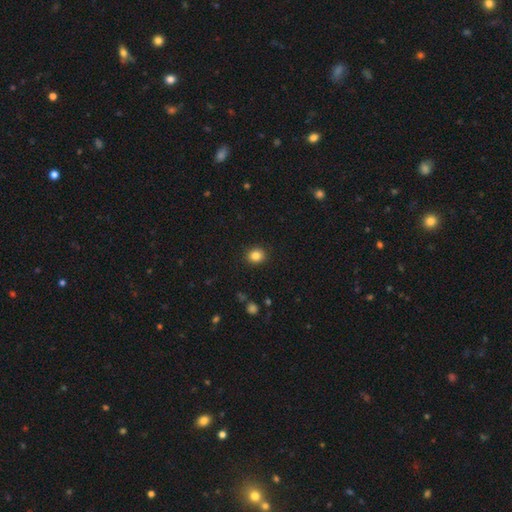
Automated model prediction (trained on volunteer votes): Smooth or featured?
  - smooth: 84% *
  - star or artifact: 11%
  - featured or disk: 5%
How rounded?
  - round: 76% *
  - in between: 23%
  - cigar-shaped: 1%
Merging?
  - none: 91% *
  - minor disturbance: 6%
  - major disturbance: 2%
  - merger: 1%